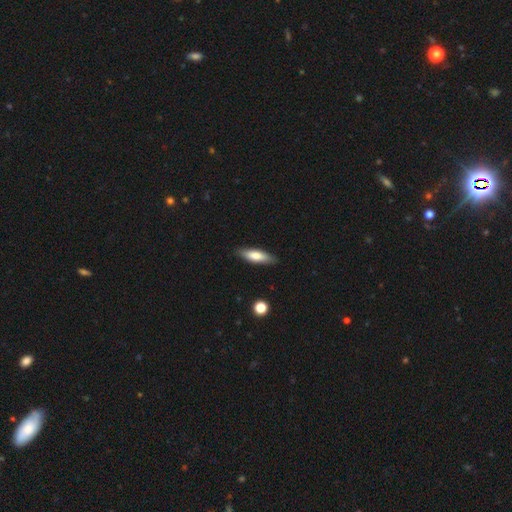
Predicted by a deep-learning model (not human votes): This appears to be a smooth galaxy with no disk features (73%) that is cigar-shaped (56%). Merging: none (86%).